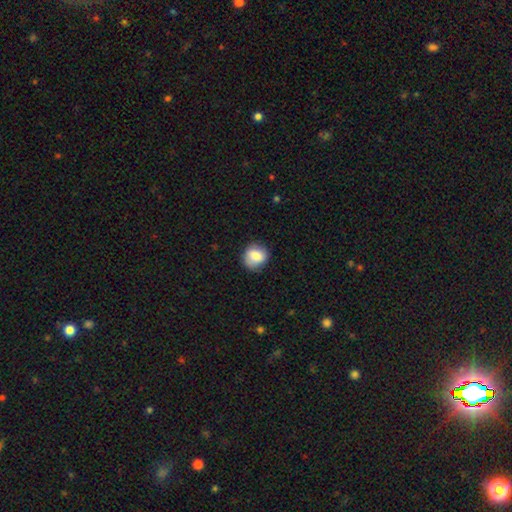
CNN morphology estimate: Smooth or featured? Predicted: smooth (p=0.79). How rounded? Predicted: round (p=0.81). Merging? Predicted: none (p=0.79).